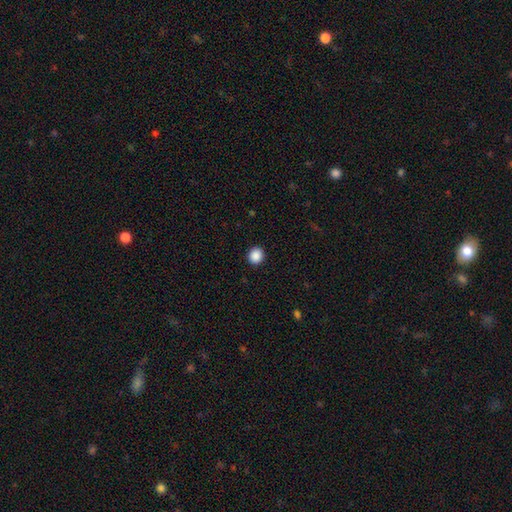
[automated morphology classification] Smooth or featured: smooth — 89% (star or artifact — 9%)
How rounded: round — 86% (in between — 13%)
Merging: none — 92% (minor disturbance — 5%)